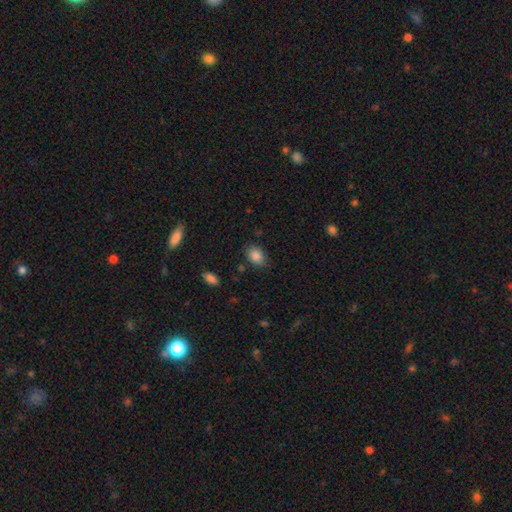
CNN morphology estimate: This appears to be a smooth galaxy with no disk features (87%) that is in between round and cigar-shaped (78%). Merging: none (81%).